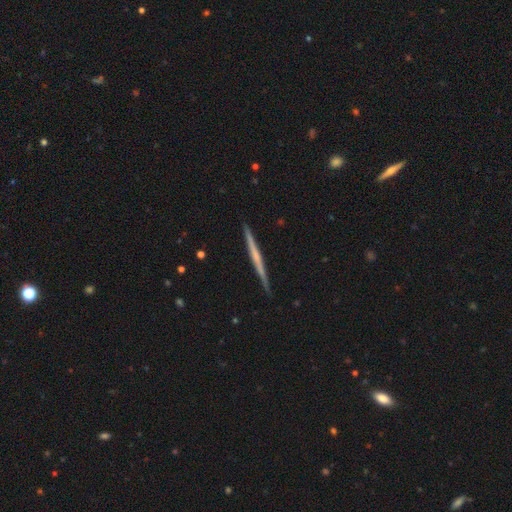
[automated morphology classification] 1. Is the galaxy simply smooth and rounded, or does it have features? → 65% featured or disk, 30% smooth, 5% star or artifact.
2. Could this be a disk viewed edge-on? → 98% yes, 2% no.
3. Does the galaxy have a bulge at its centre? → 72% none, 21% rounded, 7% boxy.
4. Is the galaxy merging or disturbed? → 91% none, 6% minor disturbance, 1% major disturbance, 1% merger.